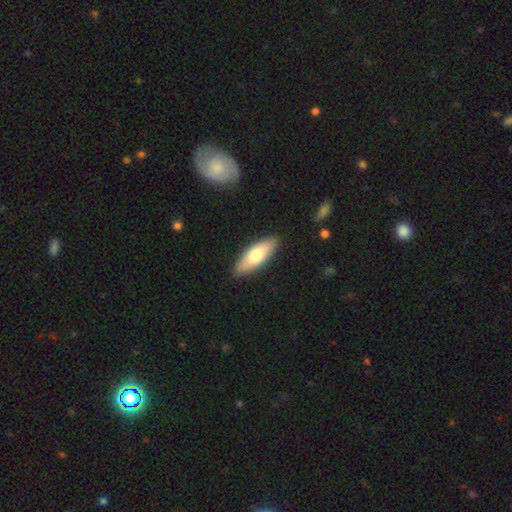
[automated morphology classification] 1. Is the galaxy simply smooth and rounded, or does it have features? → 73% smooth, 22% featured or disk, 5% star or artifact.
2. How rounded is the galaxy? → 63% in between, 35% cigar-shaped, 2% round.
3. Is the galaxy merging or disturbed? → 88% none, 9% minor disturbance, 2% major disturbance, 1% merger.